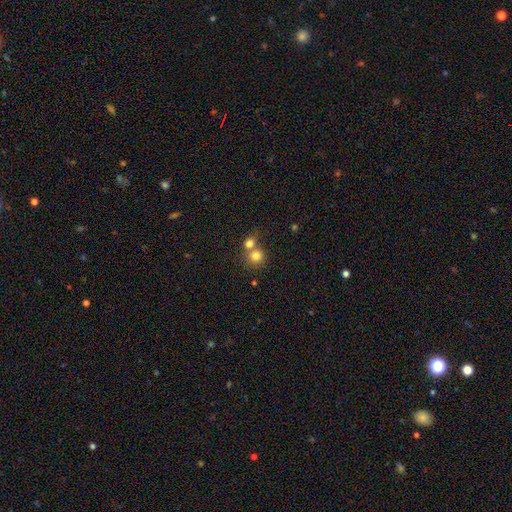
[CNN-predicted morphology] Smooth or featured? smooth (79%)
How rounded? round (84%)
Merging? merger (52%)